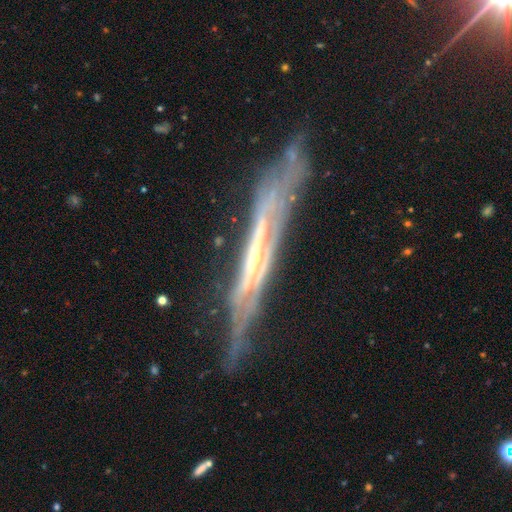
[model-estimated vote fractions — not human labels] A featured or disk galaxy (82%) viewed edge-on (80%) with no central bulge (62%).

Vote fractions:
- Smooth or featured? featured or disk: 82% / smooth: 11% / star or artifact: 7%
- Edge-on disk? yes: 80% / no: 20%
- Edge-on bulge? none: 62% / rounded: 26% / boxy: 11%
- Merging? none: 59% / minor disturbance: 26% / major disturbance: 13% / merger: 3%